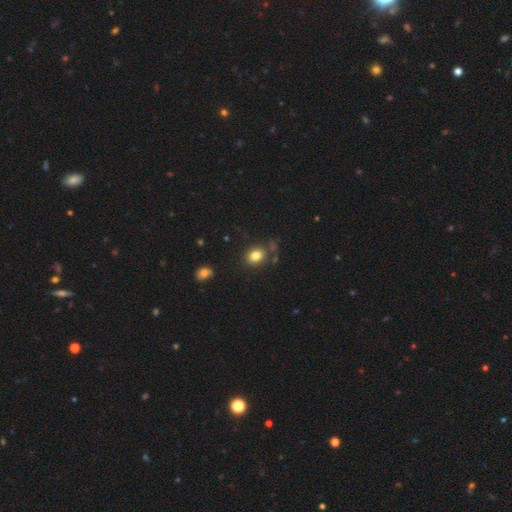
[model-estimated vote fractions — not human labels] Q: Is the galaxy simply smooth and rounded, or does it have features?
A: smooth — 81%.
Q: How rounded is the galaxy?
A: round — 55%.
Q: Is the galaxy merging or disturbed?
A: none — 78%.